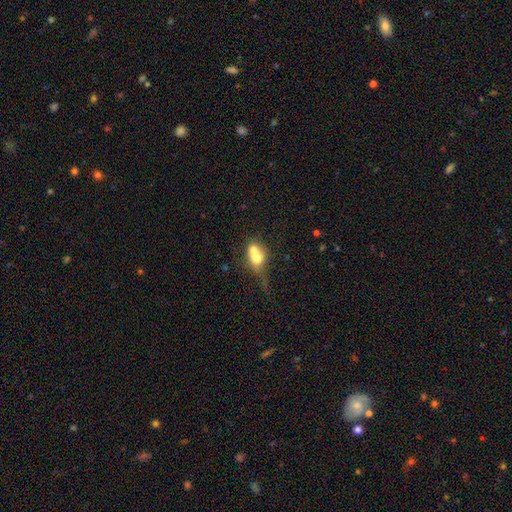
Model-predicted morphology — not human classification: Smooth or featured: smooth — 62% (featured or disk — 28%)
How rounded: in between — 52% (round — 43%)
Merging: merger — 67% (none — 18%)